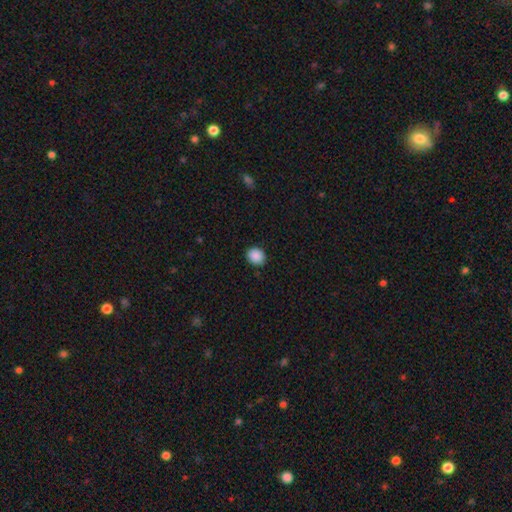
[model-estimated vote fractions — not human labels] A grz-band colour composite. It shows a smooth galaxy with no disk features (89%) that is round (70%). Merging: none (89%).